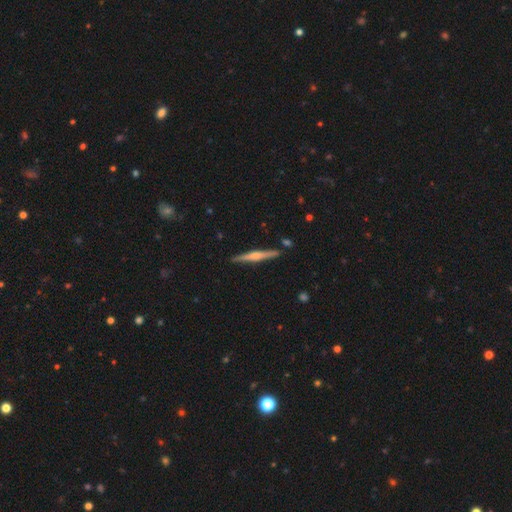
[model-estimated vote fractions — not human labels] A featured or disk galaxy (58%) viewed edge-on (98%) with a rounded central bulge (61%).

Vote fractions:
- Smooth or featured? featured or disk: 58% / smooth: 36% / star or artifact: 6%
- Edge-on disk? yes: 98% / no: 2%
- Edge-on bulge? rounded: 61% / none: 21% / boxy: 18%
- Merging? none: 88% / minor disturbance: 8% / merger: 2% / major disturbance: 2%